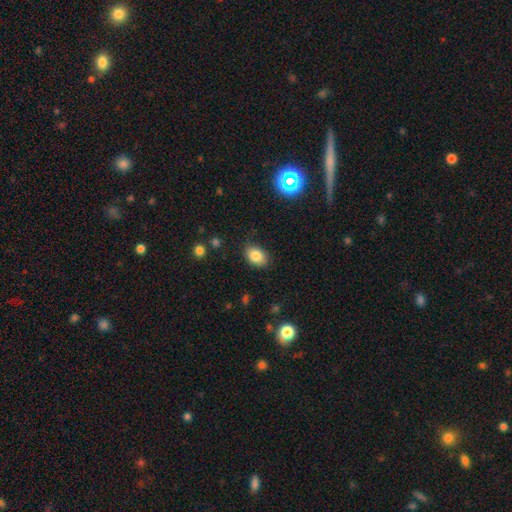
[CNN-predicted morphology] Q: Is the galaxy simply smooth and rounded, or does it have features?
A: smooth — 83%.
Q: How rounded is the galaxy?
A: in between — 80%.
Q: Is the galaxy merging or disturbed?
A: none — 83%.